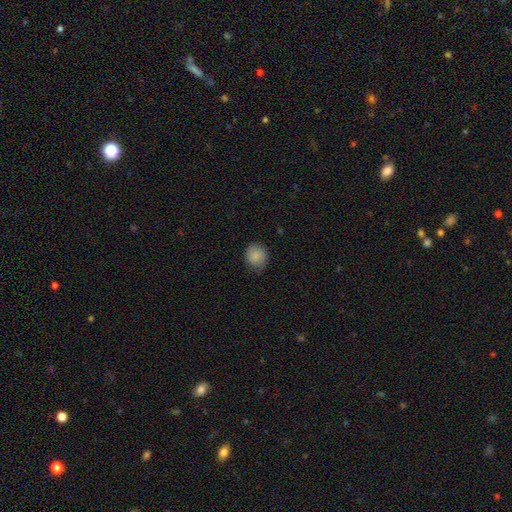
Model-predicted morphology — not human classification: smooth-or-featured: smooth: 87% | star or artifact: 8% | featured or disk: 5%
  how-rounded: round: 74% | in between: 25% | cigar-shaped: 1%
  merging: none: 79% | minor disturbance: 16% | major disturbance: 3% | merger: 1%